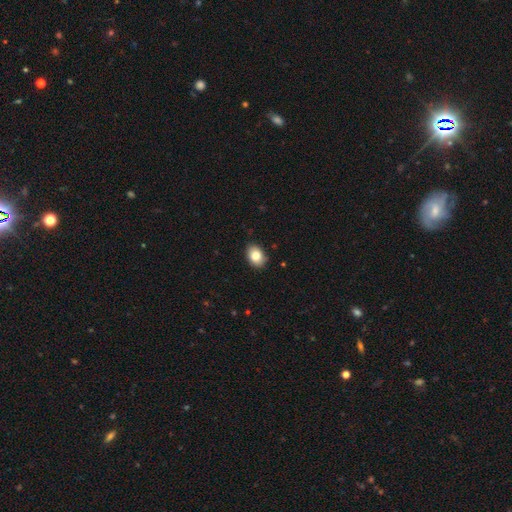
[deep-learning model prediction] Smooth or featured?
  - smooth: 82% *
  - featured or disk: 10%
  - star or artifact: 8%
How rounded?
  - in between: 77% *
  - round: 22%
  - cigar-shaped: 1%
Merging?
  - none: 85% *
  - minor disturbance: 12%
  - major disturbance: 2%
  - merger: 1%